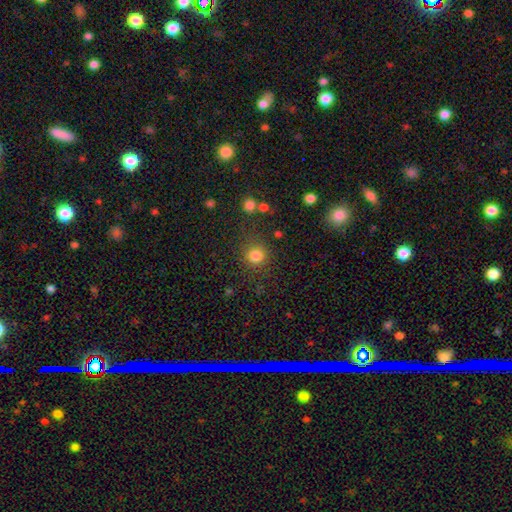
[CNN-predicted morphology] smooth_or_featured: smooth (p=0.82) [alt: star or artifact p=0.13]
how_rounded: round (p=0.91) [alt: in between p=0.08]
merging: none (p=0.82) [alt: minor disturbance p=0.09]